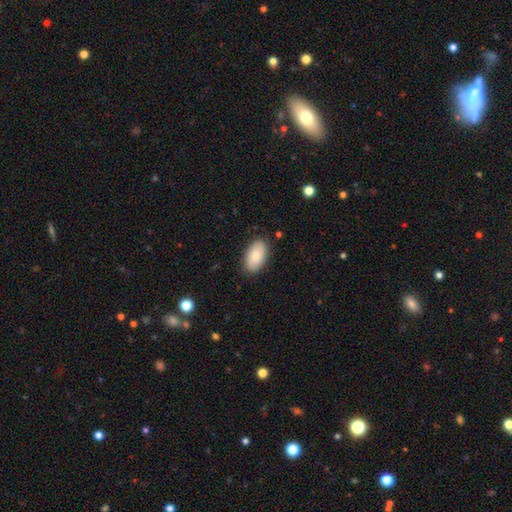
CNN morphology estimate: Q: Smooth or featured?
A: smooth (79%); runner-up: featured or disk (15%)
Q: How rounded?
A: in between (95%); runner-up: round (4%)
Q: Merging?
A: none (84%); runner-up: minor disturbance (12%)